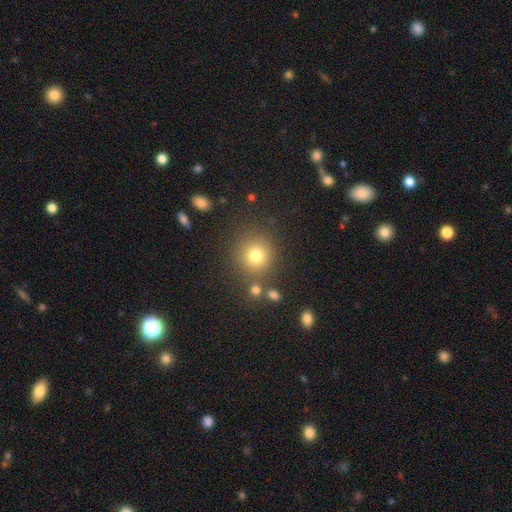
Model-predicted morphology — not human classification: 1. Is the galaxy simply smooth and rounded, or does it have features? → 76% smooth, 15% star or artifact, 9% featured or disk.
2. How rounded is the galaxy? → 90% round, 9% in between, 1% cigar-shaped.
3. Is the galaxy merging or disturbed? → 79% none, 9% minor disturbance, 7% merger, 5% major disturbance.